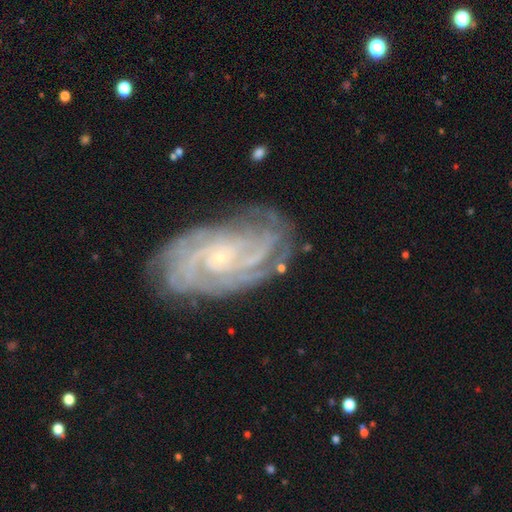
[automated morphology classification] Smooth or featured? featured or disk (89%)
Edge-on disk? no (97%)
Bar? no (74%)
Spiral arms? yes (97%)
Spiral winding? tight (66%)
Spiral arm count? 4 (22%)
Bulge size? small (88%)
Merging? none (74%)